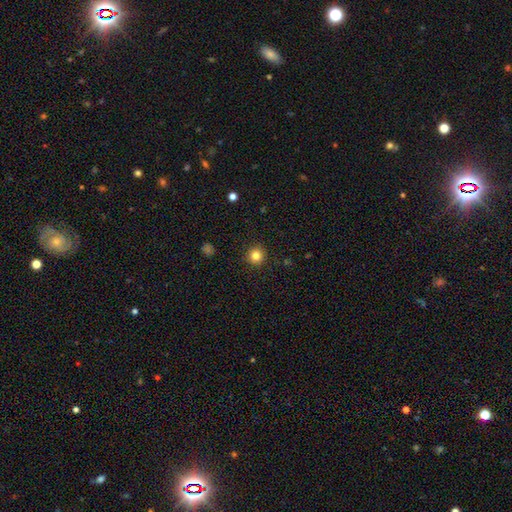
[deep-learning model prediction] Q: Smooth or featured?
A: smooth (82%); runner-up: star or artifact (12%)
Q: How rounded?
A: round (94%); runner-up: in between (5%)
Q: Merging?
A: none (92%); runner-up: minor disturbance (5%)